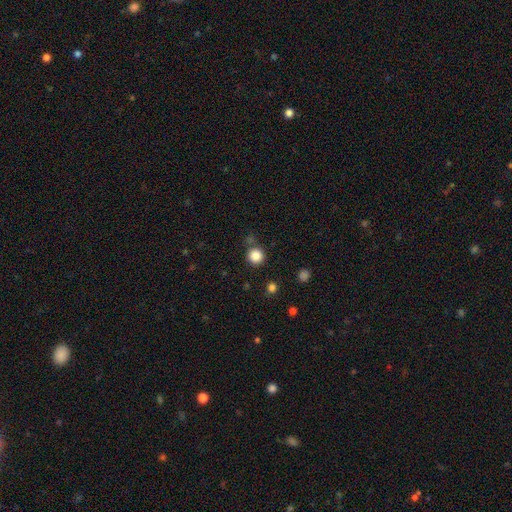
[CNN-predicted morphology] smooth_or_featured: smooth (p=0.85) [alt: star or artifact p=0.11]
how_rounded: round (p=0.95) [alt: in between p=0.04]
merging: none (p=0.81) [alt: minor disturbance p=0.09]